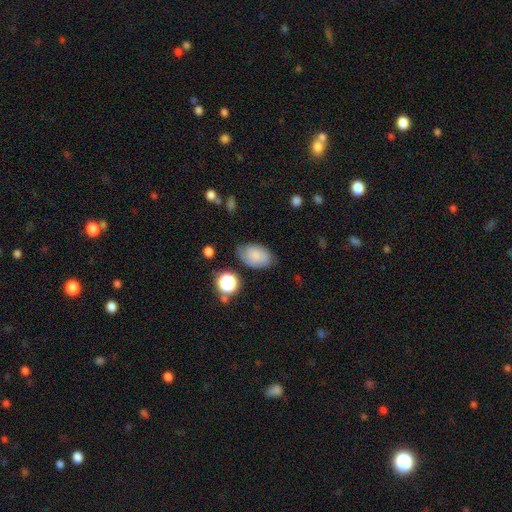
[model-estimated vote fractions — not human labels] smooth_or_featured: smooth (p=0.77) [alt: featured or disk p=0.13]
how_rounded: in between (p=0.89) [alt: round p=0.10]
merging: none (p=0.68) [alt: minor disturbance p=0.23]